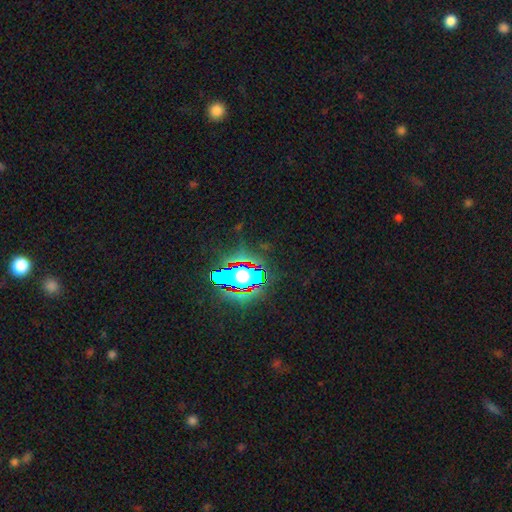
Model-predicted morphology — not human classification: type=star or artifact (78%).